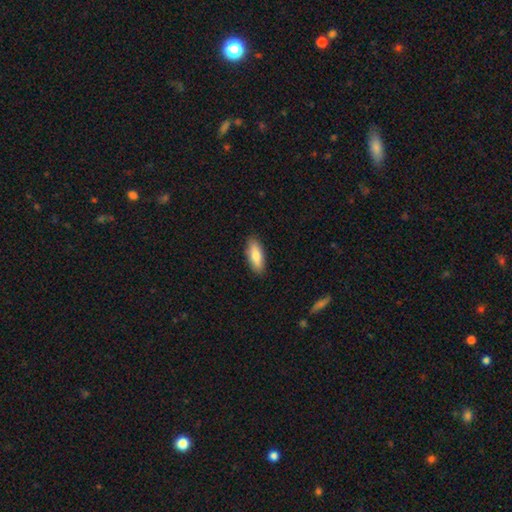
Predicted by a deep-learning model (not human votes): Smooth or featured? smooth (80%)
How rounded? in between (75%)
Merging? none (88%)